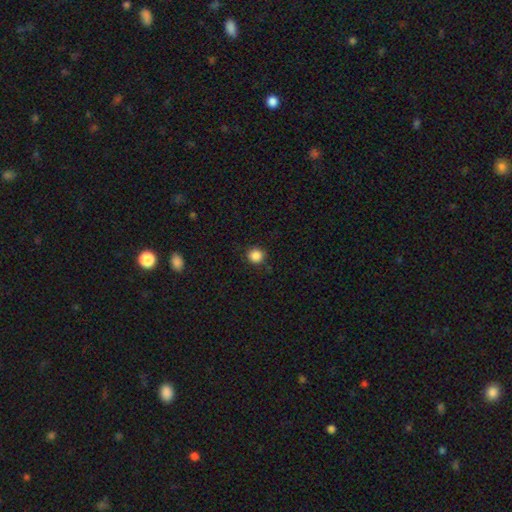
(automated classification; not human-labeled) Smooth or featured: smooth — 87% (star or artifact — 10%)
How rounded: round — 92% (in between — 7%)
Merging: none — 90% (minor disturbance — 7%)